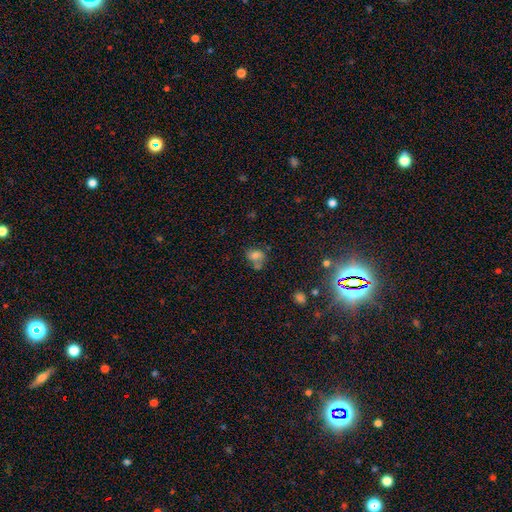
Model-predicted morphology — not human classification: smooth 68%, featured or disk 18%, star or artifact 14%. Down the decision tree: how rounded — in between (59%); merging — none (41%).